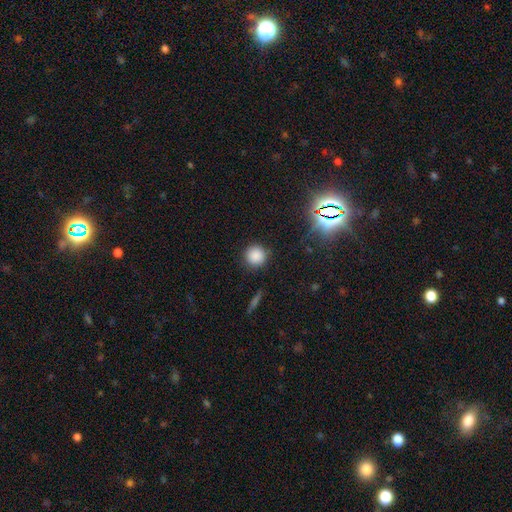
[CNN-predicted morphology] smooth 83%, star or artifact 13%, featured or disk 4%. Down the decision tree: how rounded — round (94%); merging — none (88%).